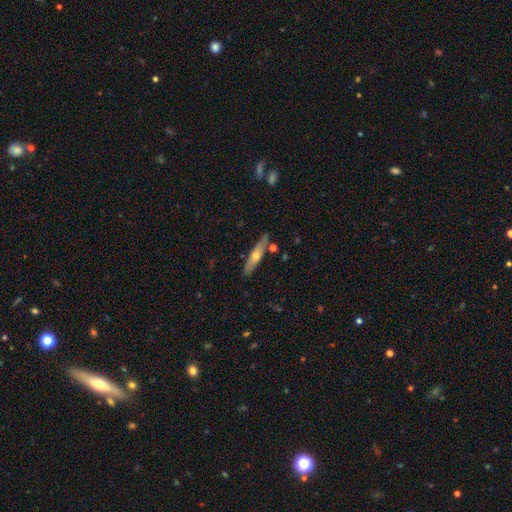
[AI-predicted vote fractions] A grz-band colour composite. It shows a featured or disk galaxy (48%). Merging: none (83%).